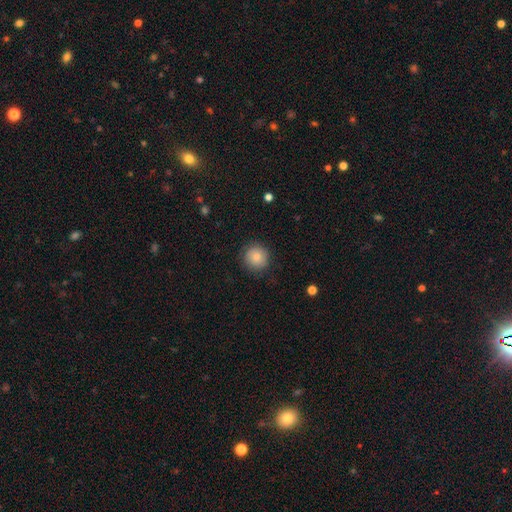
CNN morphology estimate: type=smooth (74%); roundness=round (93%); merging=none (85%).